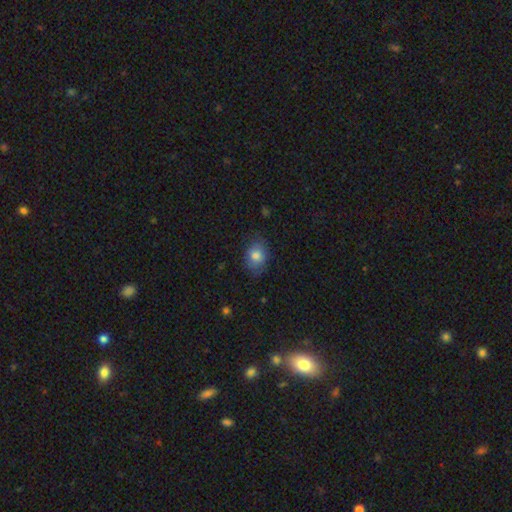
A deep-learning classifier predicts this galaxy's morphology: type=smooth (78%); roundness=in between (63%); merging=none (74%).